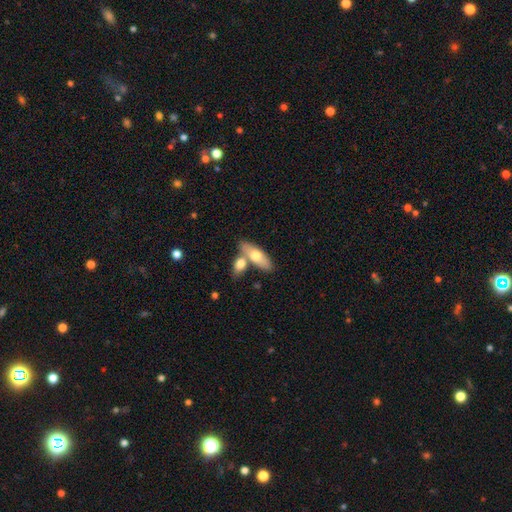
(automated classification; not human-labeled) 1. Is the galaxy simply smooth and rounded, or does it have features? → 65% smooth, 30% featured or disk, 5% star or artifact.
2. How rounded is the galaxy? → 69% in between, 28% cigar-shaped, 4% round.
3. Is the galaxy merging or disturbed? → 48% none, 40% merger, 9% minor disturbance, 3% major disturbance.